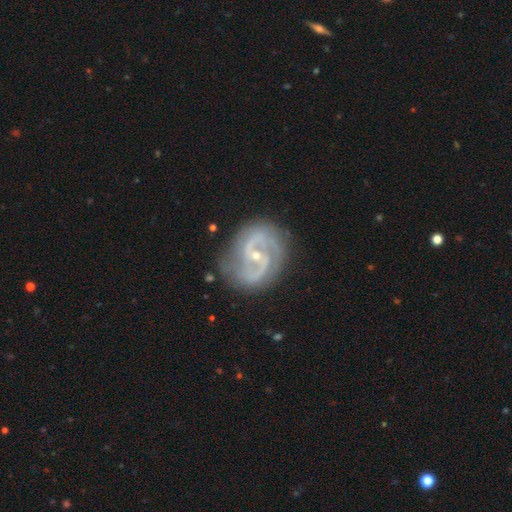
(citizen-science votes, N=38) A featured or disk galaxy (92%) with a weak bar (41%, tied with no), 2 (94%) medium (61%) spiral arms (97%) and a small central bulge (59%).

Vote fractions:
- Smooth or featured? featured or disk: 92% / star or artifact: 5% / smooth: 3%
- Edge-on disk? no: 97% / yes: 3%
- Bar? weak: 41% (tied) / no: 41% (tied) / strong: 18%
- Spiral arms? yes: 97% / no: 3%
- Spiral winding? medium: 61% / loose: 24% / tight: 15%
- Spiral arm count? 2: 94% / 3: 6% / 1: 0% / 4: 0% / more than 4: 0% / can't tell: 0%
- Bulge size? small: 59% / moderate: 35% / dominant: 3% / large: 3% / none: 0%
- Merging? none: 86% / minor disturbance: 14% / major disturbance: 0% / merger: 0%